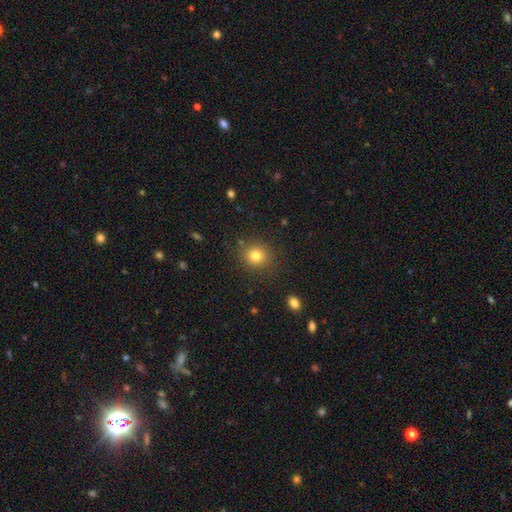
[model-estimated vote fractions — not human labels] smooth 80%, star or artifact 13%, featured or disk 7%. Down the decision tree: how rounded — round (84%); merging — none (85%).